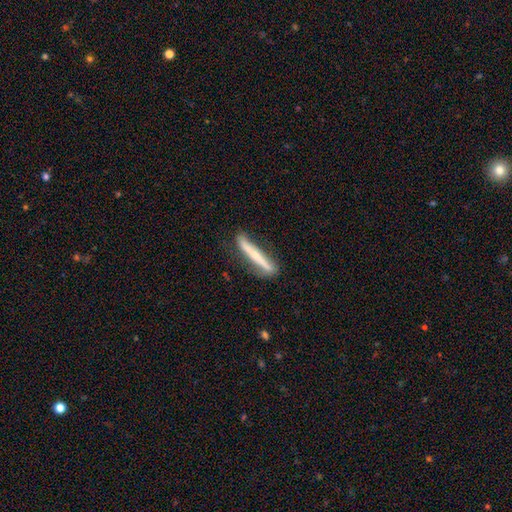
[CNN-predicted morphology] Q: Smooth or featured?
A: featured or disk (52%); runner-up: smooth (42%)
Q: Edge-on disk?
A: yes (90%); runner-up: no (10%)
Q: Merging?
A: none (78%); runner-up: minor disturbance (16%)